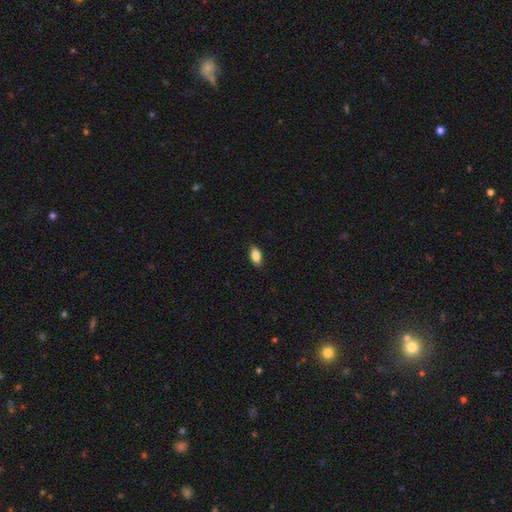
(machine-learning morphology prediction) Overall: smooth (86%). How rounded: in between (89%). Merging: none (85%).